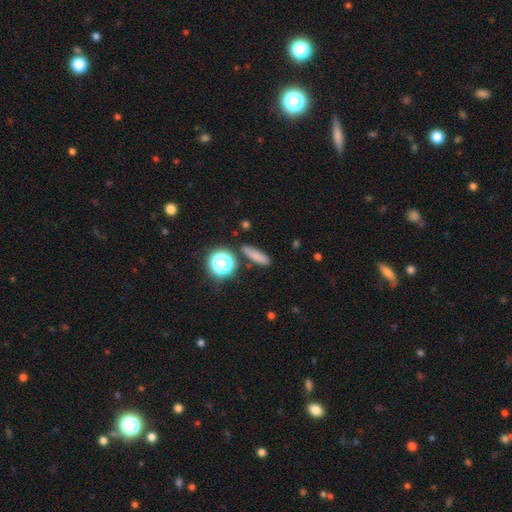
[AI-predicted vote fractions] Smooth or featured?
  - smooth: 75% *
  - star or artifact: 15%
  - featured or disk: 10%
How rounded?
  - cigar-shaped: 62% *
  - in between: 23%
  - round: 15%
Merging?
  - none: 84% *
  - minor disturbance: 9%
  - merger: 4%
  - major disturbance: 3%